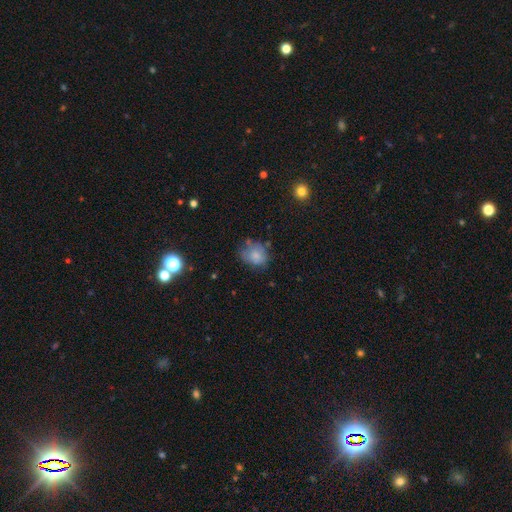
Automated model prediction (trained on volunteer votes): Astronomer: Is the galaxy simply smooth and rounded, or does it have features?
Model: smooth — 74%.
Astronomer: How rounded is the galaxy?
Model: round — 61% (runner-up: in between, 38%).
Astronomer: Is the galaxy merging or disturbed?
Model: none — 52% (runner-up: minor disturbance, 29%).